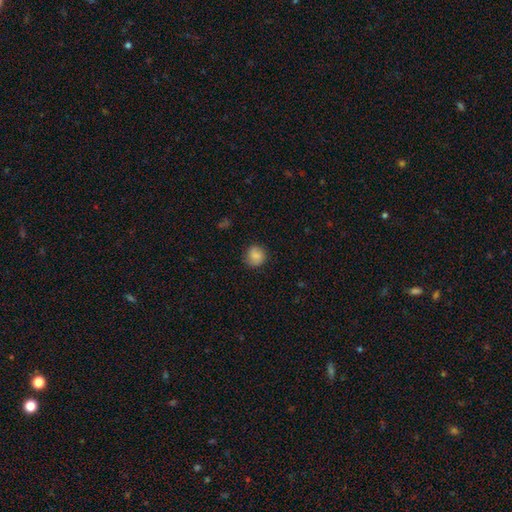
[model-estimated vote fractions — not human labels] smooth-or-featured: smooth: 83% | star or artifact: 8% | featured or disk: 8%
  how-rounded: round: 87% | in between: 12% | cigar-shaped: 1%
  merging: none: 80% | minor disturbance: 15% | major disturbance: 4% | merger: 1%